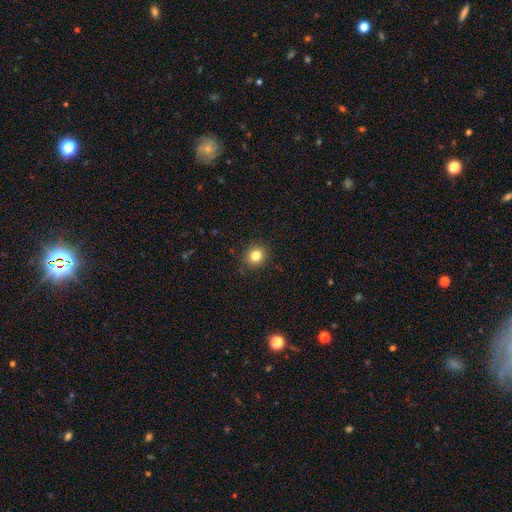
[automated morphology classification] A smooth galaxy with no disk features (82%) that is round (80%).

Vote fractions:
- Smooth or featured? smooth: 82% / star or artifact: 12% / featured or disk: 6%
- How rounded? round: 80% / in between: 19% / cigar-shaped: 1%
- Merging? none: 89% / minor disturbance: 8% / major disturbance: 2% / merger: 1%